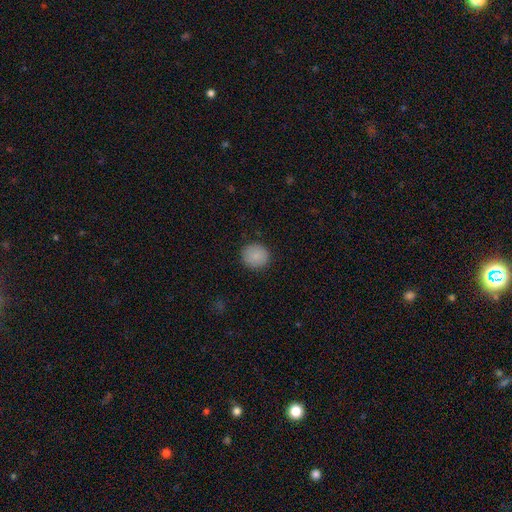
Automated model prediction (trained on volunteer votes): smooth-or-featured: smooth: 88% | star or artifact: 8% | featured or disk: 4%
  how-rounded: round: 90% | in between: 9% | cigar-shaped: 1%
  merging: none: 90% | minor disturbance: 7% | major disturbance: 2% | merger: 1%